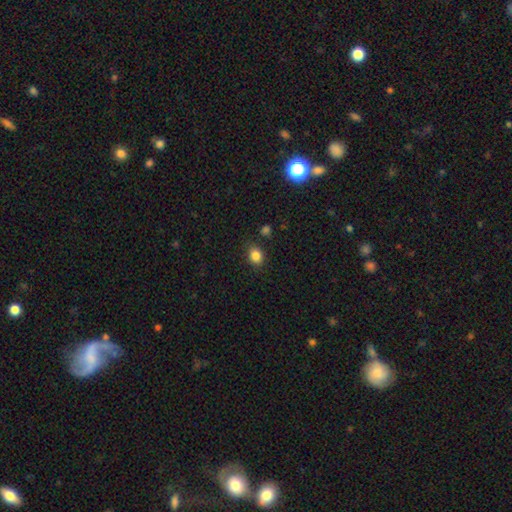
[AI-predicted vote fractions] smooth-or-featured: smooth: 85% | star or artifact: 11% | featured or disk: 5%
  how-rounded: round: 50% | in between: 49% | cigar-shaped: 1%
  merging: none: 83% | minor disturbance: 11% | major disturbance: 3% | merger: 3%